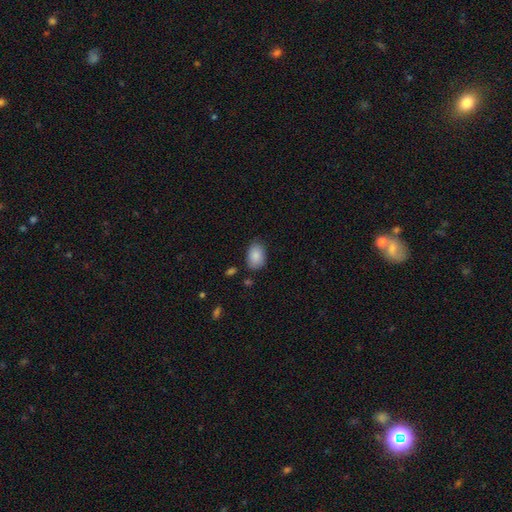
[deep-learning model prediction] smooth_or_featured: smooth (p=0.88) [alt: star or artifact p=0.07]
how_rounded: in between (p=0.86) [alt: round p=0.13]
merging: none (p=0.78) [alt: minor disturbance p=0.16]